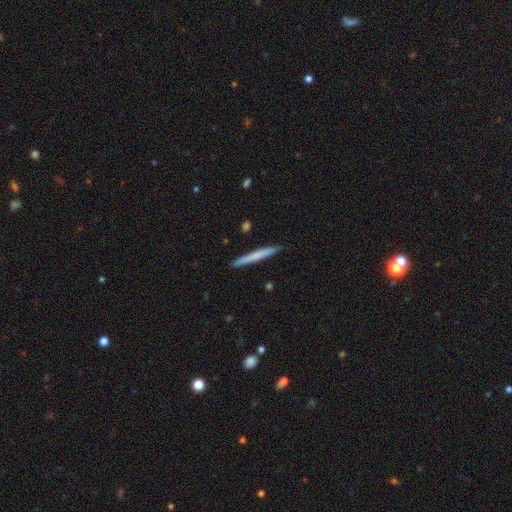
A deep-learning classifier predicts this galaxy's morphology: A smooth galaxy with no disk features (62%) that is cigar-shaped (97%). Merging: none (91%).